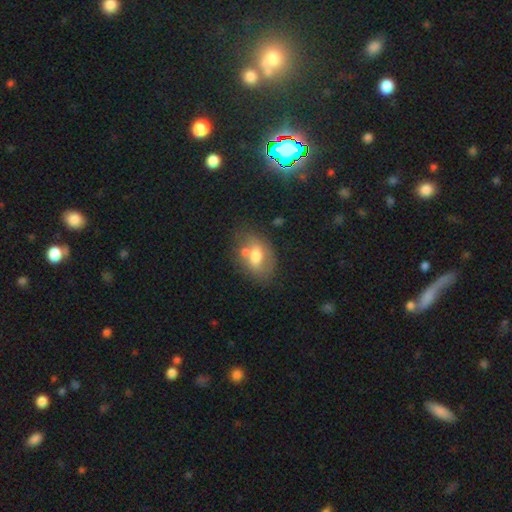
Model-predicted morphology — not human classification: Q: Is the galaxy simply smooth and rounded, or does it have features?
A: smooth — 60%.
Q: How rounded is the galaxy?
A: in between — 80%.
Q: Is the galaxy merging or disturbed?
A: none — 53%.